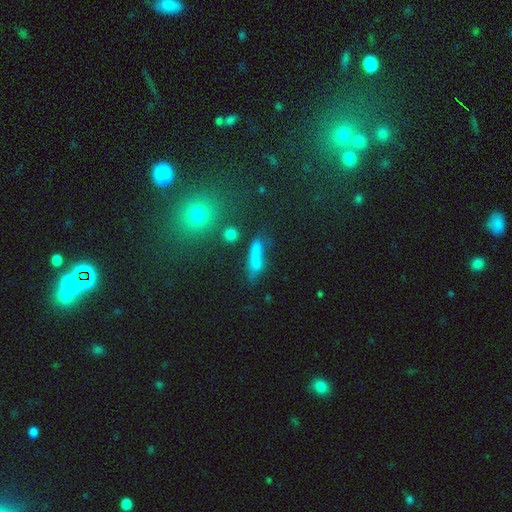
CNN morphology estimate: type=smooth (66%); roundness=cigar-shaped (65%); merging=none (45%).